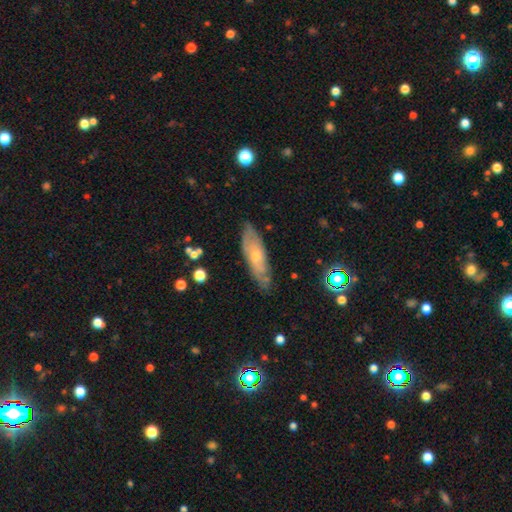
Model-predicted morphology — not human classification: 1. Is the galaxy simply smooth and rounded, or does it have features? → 51% featured or disk, 40% smooth, 8% star or artifact.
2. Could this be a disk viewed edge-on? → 65% no, 35% yes.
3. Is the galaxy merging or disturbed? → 76% none, 18% minor disturbance, 4% major disturbance, 2% merger.